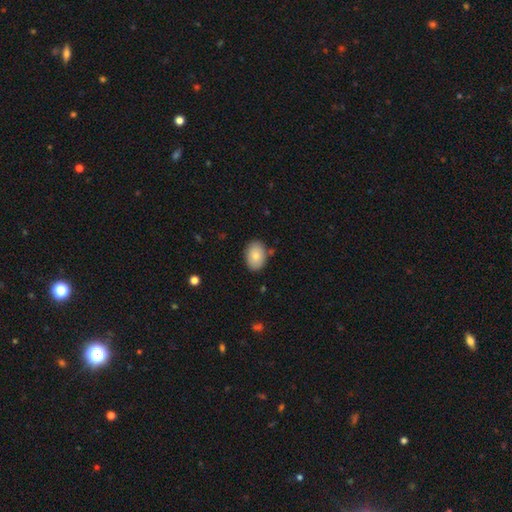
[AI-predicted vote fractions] A smooth galaxy with no disk features (82%) that is in between round and cigar-shaped (82%). Merging: none (83%).